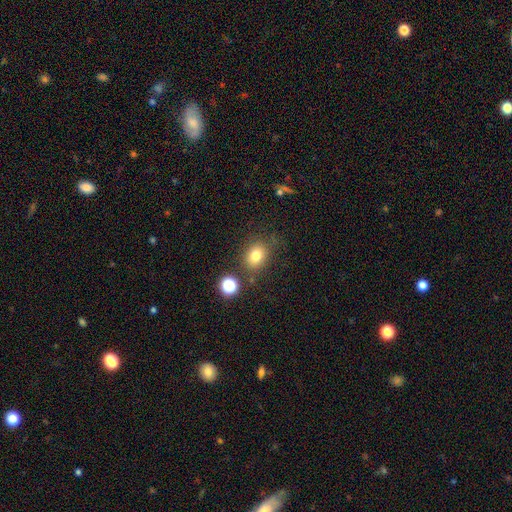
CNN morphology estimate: Q: Smooth or featured?
A: smooth (78%); runner-up: star or artifact (13%)
Q: How rounded?
A: in between (52%); runner-up: round (47%)
Q: Merging?
A: none (75%); runner-up: minor disturbance (14%)